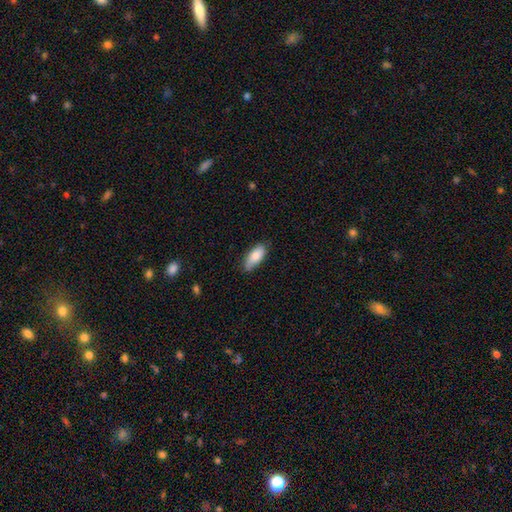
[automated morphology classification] Q: Smooth or featured?
A: smooth (83%); runner-up: featured or disk (11%)
Q: How rounded?
A: in between (82%); runner-up: cigar-shaped (16%)
Q: Merging?
A: none (76%); runner-up: minor disturbance (20%)